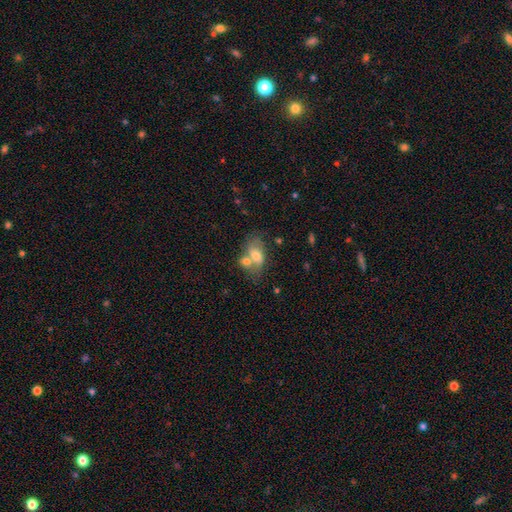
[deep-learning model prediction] Smooth or featured? Predicted: smooth (p=0.64). How rounded? Predicted: in between (p=0.85). Merging? Predicted: merger (p=0.41).